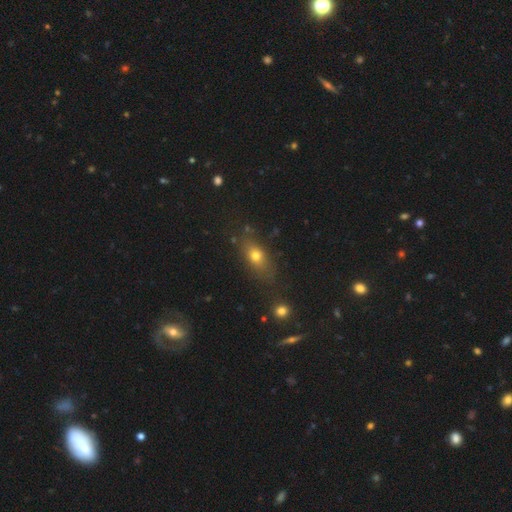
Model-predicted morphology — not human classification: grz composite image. It shows a smooth galaxy with no disk features (69%) that is in between round and cigar-shaped (69%). Merging: none (74%).